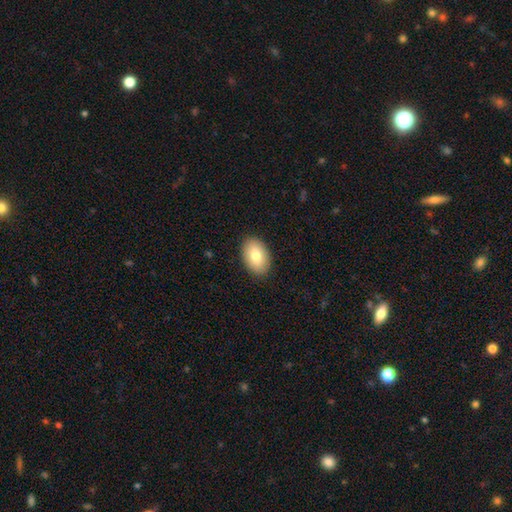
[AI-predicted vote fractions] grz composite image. It shows a smooth galaxy with no disk features (80%) that is in between round and cigar-shaped (90%). Merging: none (89%).